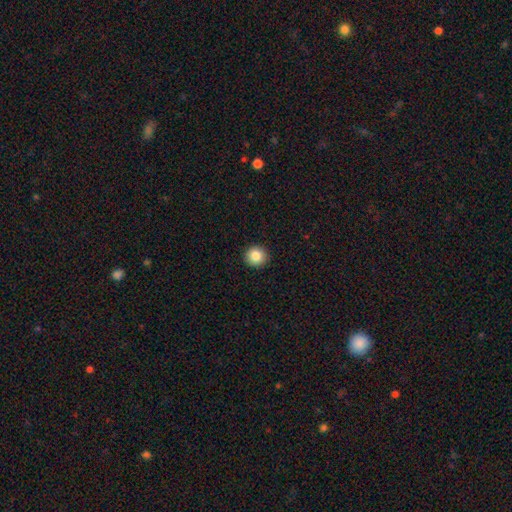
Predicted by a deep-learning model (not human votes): This appears to be a smooth galaxy with no disk features (85%) that is round (92%). Merging: none (93%).